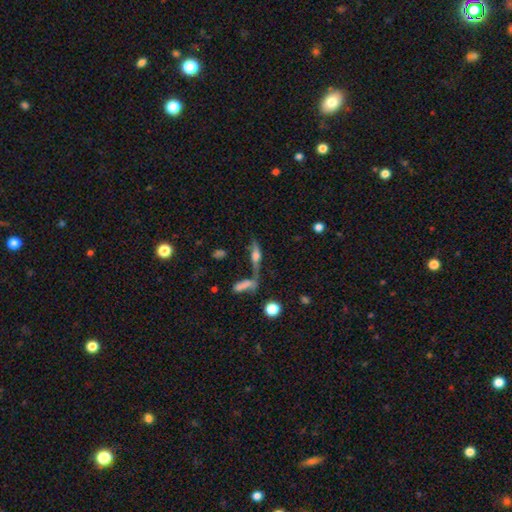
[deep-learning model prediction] A featured or disk galaxy (53%) viewed edge-on (86%). Merging: none (55%).